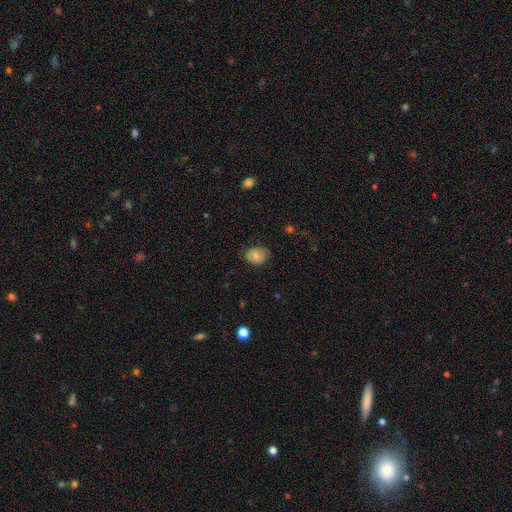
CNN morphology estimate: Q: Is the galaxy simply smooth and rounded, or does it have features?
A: smooth — 72%.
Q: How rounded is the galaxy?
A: round — 50%.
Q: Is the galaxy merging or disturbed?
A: none — 71%.